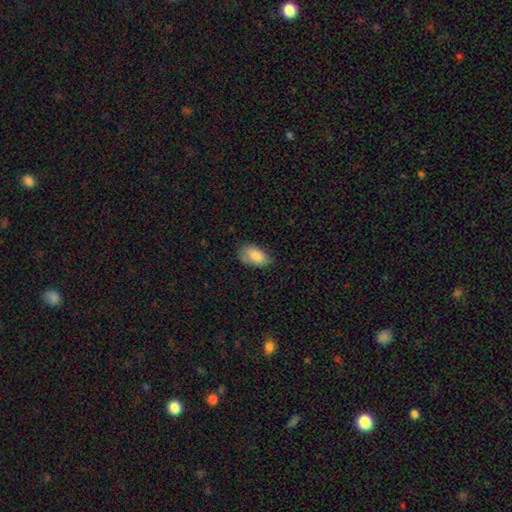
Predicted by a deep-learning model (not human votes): Q: Smooth or featured?
A: smooth (85%); runner-up: featured or disk (9%)
Q: How rounded?
A: in between (93%); runner-up: round (5%)
Q: Merging?
A: none (72%); runner-up: minor disturbance (22%)